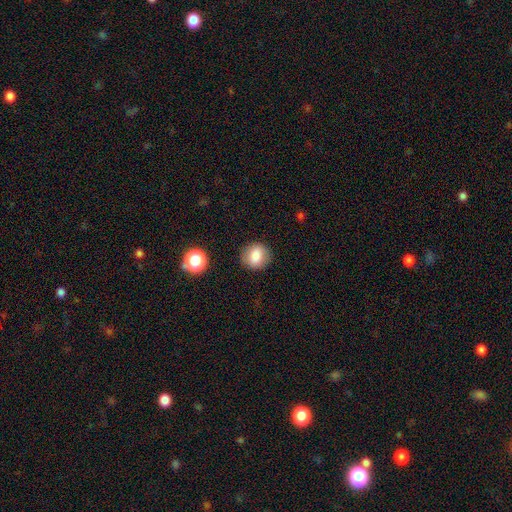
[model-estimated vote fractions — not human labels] Smooth or featured?
  - smooth: 81% *
  - star or artifact: 10%
  - featured or disk: 9%
How rounded?
  - round: 76% *
  - in between: 23%
  - cigar-shaped: 1%
Merging?
  - none: 86% *
  - minor disturbance: 10%
  - major disturbance: 3%
  - merger: 2%